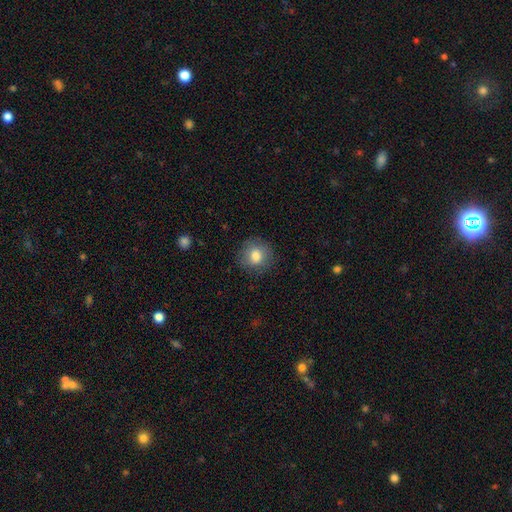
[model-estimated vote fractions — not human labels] Smooth or featured? smooth (82%)
How rounded? round (86%)
Merging? none (84%)